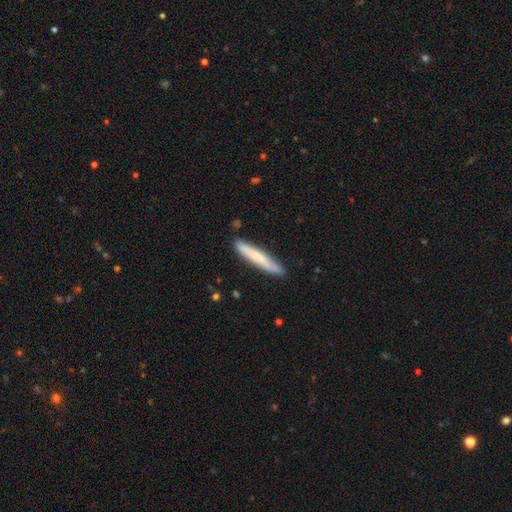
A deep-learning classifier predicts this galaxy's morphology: Overall: smooth (65%; featured or disk 29%). How rounded: cigar-shaped (95%). Merging: none (85%).